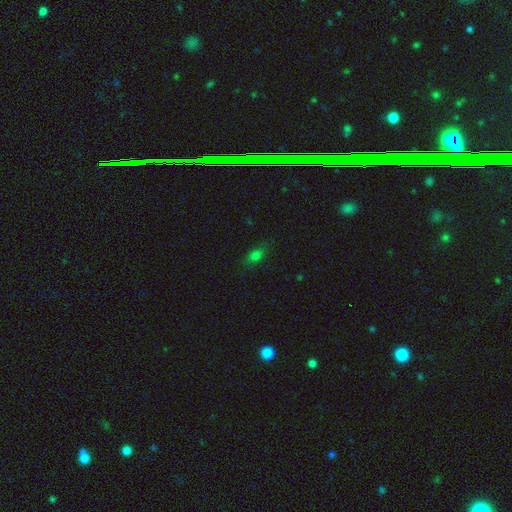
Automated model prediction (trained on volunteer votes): smooth_or_featured: smooth (p=0.71) [alt: star or artifact p=0.19]
how_rounded: in between (p=0.67) [alt: round p=0.24]
merging: none (p=0.79) [alt: minor disturbance p=0.16]